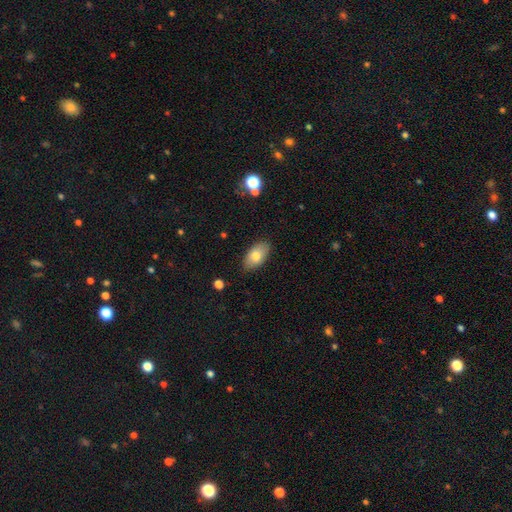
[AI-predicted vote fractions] Smooth or featured? Predicted: smooth (p=0.77). How rounded? Predicted: in between (p=0.94). Merging? Predicted: none (p=0.85).